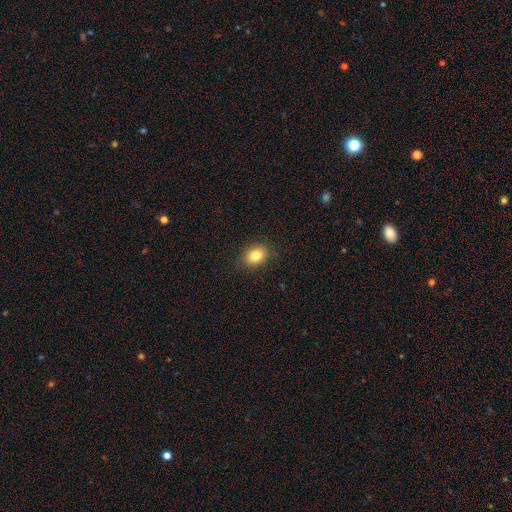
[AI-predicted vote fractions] smooth-or-featured: smooth: 82% | star or artifact: 10% | featured or disk: 8%
  how-rounded: in between: 63% | round: 36% | cigar-shaped: 1%
  merging: none: 87% | minor disturbance: 9% | major disturbance: 2% | merger: 1%